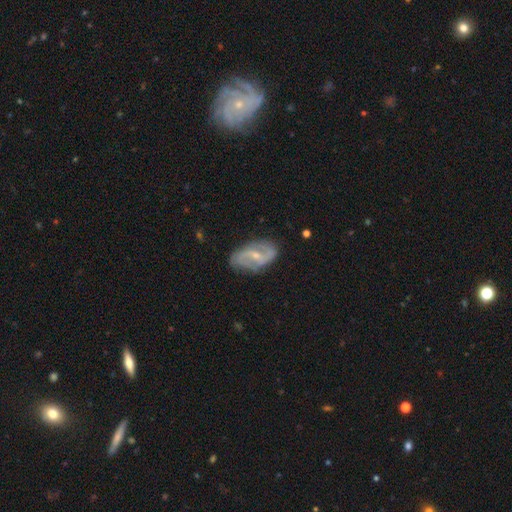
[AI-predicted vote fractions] smooth-or-featured: featured or disk: 79% | smooth: 15% | star or artifact: 6%
  disk-edge-on: no: 95% | yes: 5%
    bar: weak: 48% | strong: 27% | no: 24%
    has-spiral-arms: yes: 88% | no: 12%
      spiral-winding: loose: 44% | medium: 38% | tight: 18%
      spiral-arm-count: 2: 82% | can't tell: 10% | 3: 3% | 1: 2% | 4: 1% | more than 4: 1%
    bulge-size: small: 64% | moderate: 31% | none: 3% | large: 1% | dominant: 1%
  merging: none: 74% | minor disturbance: 18% | major disturbance: 6% | merger: 2%